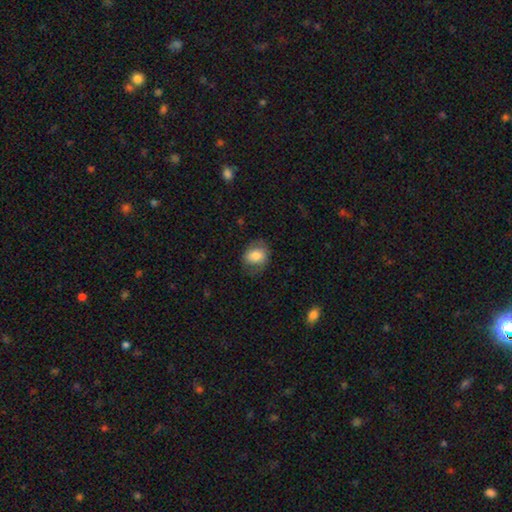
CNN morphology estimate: Smooth or featured? Predicted: smooth (p=0.73). How rounded? Predicted: in between (p=0.55). Merging? Predicted: none (p=0.67).